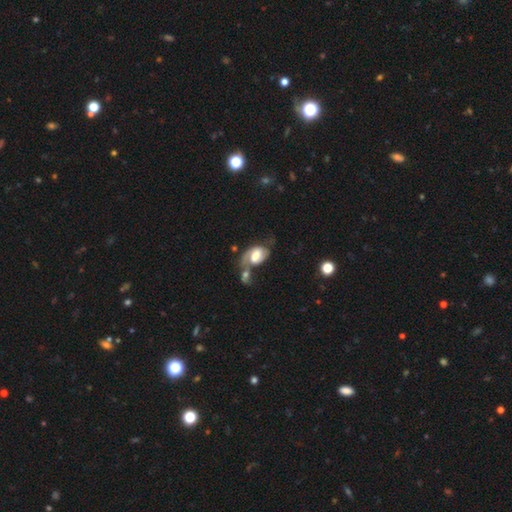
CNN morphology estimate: Smooth or featured?
  - featured or disk: 56% *
  - smooth: 36%
  - star or artifact: 8%
Edge-on disk?
  - no: 96% *
  - yes: 4%
Bar?
  - weak: 43% *
  - no: 35%
  - strong: 22%
Spiral arms?
  - yes: 79% *
  - no: 21%
Bulge size?
  - large: 41% *
  - moderate: 30%
  - small: 13%
  - none: 9%
  - dominant: 7%
Merging?
  - merger: 43% *
  - none: 22%
  - major disturbance: 20%
  - minor disturbance: 14%